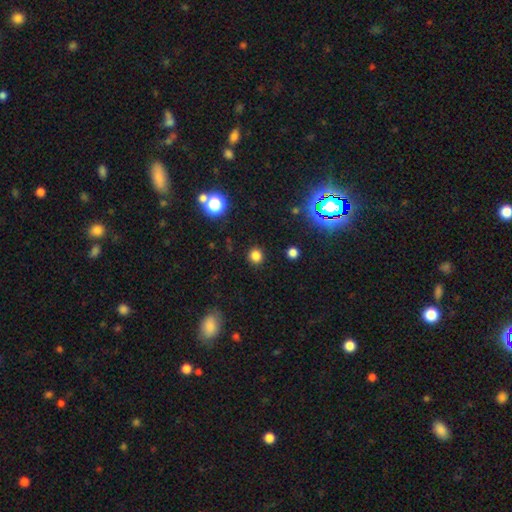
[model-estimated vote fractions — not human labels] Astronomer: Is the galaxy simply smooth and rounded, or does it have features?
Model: smooth — 80%.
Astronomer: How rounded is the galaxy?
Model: round — 91%.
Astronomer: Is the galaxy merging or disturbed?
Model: none — 89%.